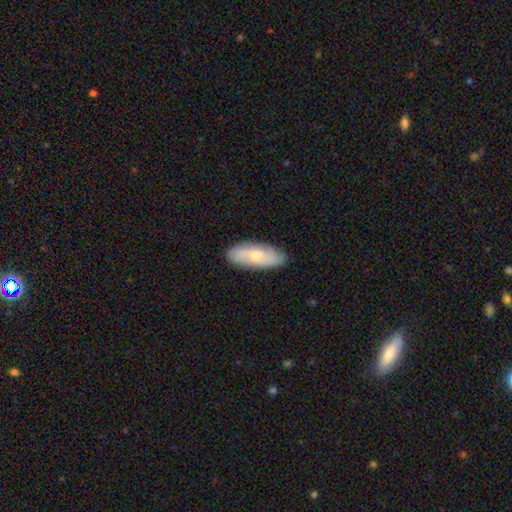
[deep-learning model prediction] smooth_or_featured: smooth (p=0.63) [alt: featured or disk p=0.31]
how_rounded: in between (p=0.74) [alt: cigar-shaped p=0.24]
merging: none (p=0.83) [alt: minor disturbance p=0.13]